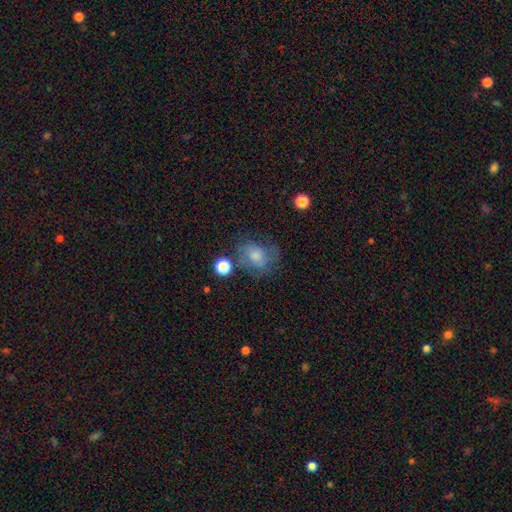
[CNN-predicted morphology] Smooth or featured: smooth — 57% (featured or disk — 32%)
How rounded: round — 53% (in between — 46%)
Merging: none — 50% (minor disturbance — 25%)